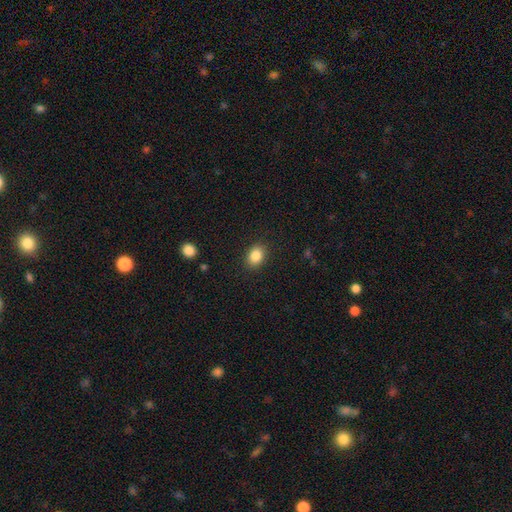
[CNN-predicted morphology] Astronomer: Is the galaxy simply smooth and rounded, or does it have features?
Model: smooth — 86%.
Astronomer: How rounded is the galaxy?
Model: in between — 64%.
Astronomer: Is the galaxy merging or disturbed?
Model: none — 88%.